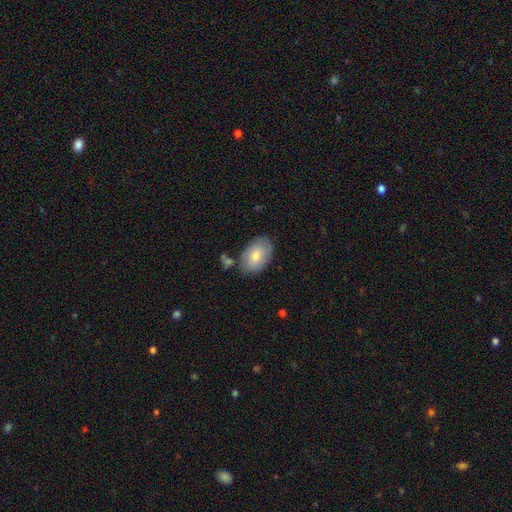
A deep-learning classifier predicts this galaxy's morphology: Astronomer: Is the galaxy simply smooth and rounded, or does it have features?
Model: smooth — 76%.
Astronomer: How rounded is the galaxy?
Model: in between — 90%.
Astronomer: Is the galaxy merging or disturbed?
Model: none — 74%.